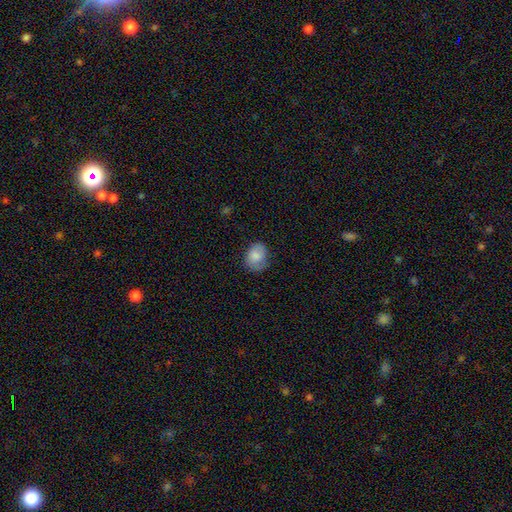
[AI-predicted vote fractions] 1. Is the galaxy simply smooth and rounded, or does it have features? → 77% smooth, 16% featured or disk, 7% star or artifact.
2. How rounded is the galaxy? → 55% in between, 44% round, 1% cigar-shaped.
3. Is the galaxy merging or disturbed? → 66% none, 25% minor disturbance, 8% major disturbance, 1% merger.